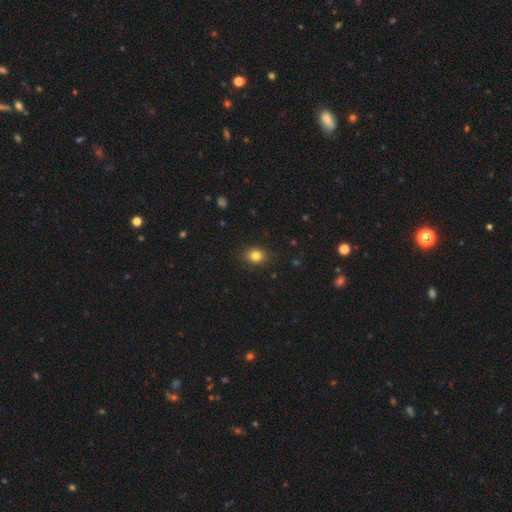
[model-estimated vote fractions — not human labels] smooth_or_featured: smooth (p=0.82) [alt: star or artifact p=0.12]
how_rounded: round (p=0.57) [alt: in between p=0.42]
merging: none (p=0.88) [alt: minor disturbance p=0.08]